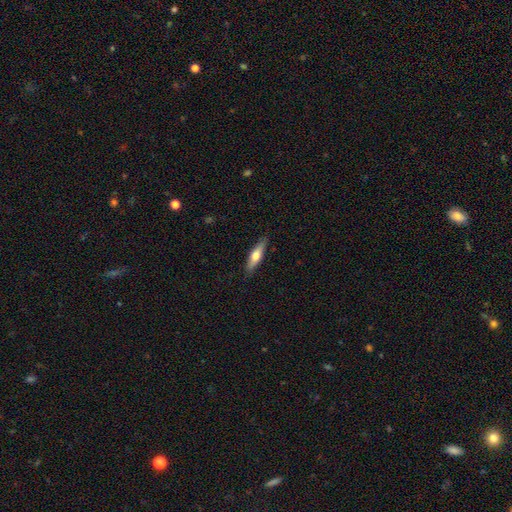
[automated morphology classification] smooth-or-featured: smooth: 53% | featured or disk: 41% | star or artifact: 6%
  how-rounded: cigar-shaped: 72% | in between: 26% | round: 2%
  merging: none: 88% | minor disturbance: 9% | major disturbance: 2% | merger: 1%